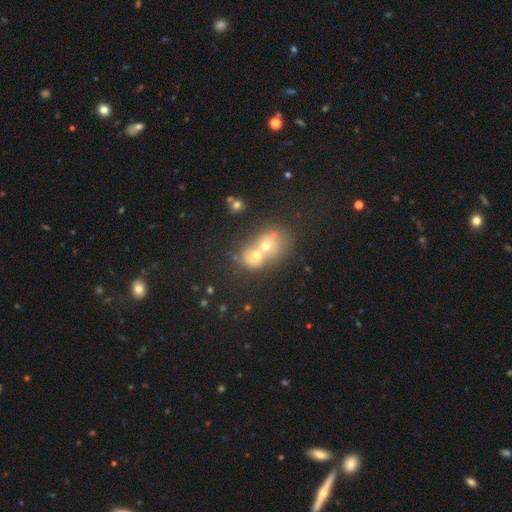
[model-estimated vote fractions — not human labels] The model was most divided on "how rounded": round: 60%, in between: 39%, cigar-shaped: 1%. More confident: merging — merger (74%); smooth or featured — smooth (57%).